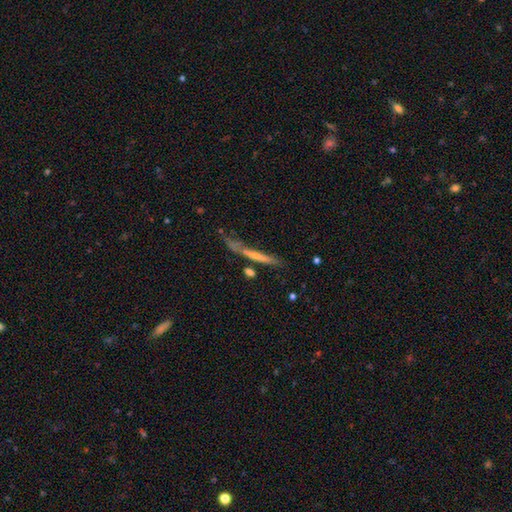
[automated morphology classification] Smooth or featured: featured or disk — 49% (smooth — 41%)
Merging: none — 54% (minor disturbance — 21%)